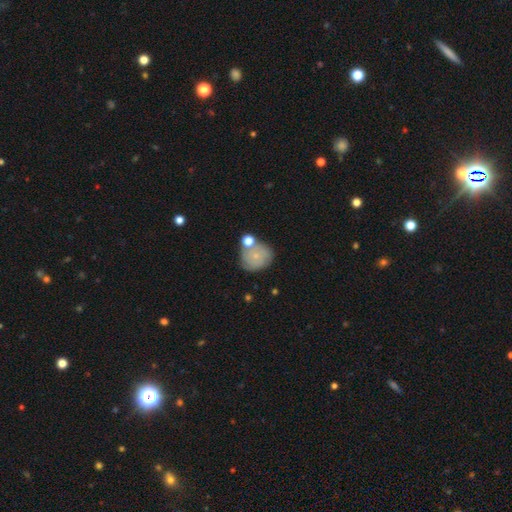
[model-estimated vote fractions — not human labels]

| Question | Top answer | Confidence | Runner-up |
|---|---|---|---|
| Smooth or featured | smooth | 61% | featured or disk (31%) |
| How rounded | round | 80% | in between (19%) |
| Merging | none | 56% | merger (20%) |